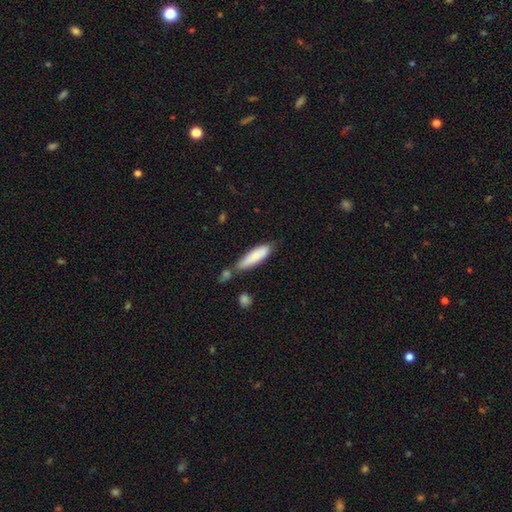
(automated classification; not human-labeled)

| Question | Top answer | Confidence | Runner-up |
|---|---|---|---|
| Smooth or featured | smooth | 82% | featured or disk (12%) |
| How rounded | cigar-shaped | 64% | in between (35%) |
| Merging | none | 59% | minor disturbance (21%) |